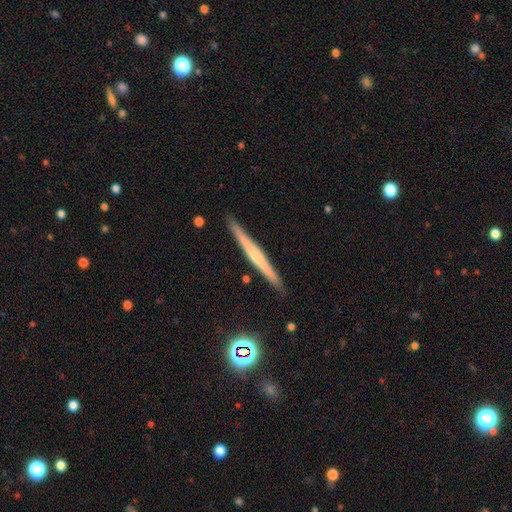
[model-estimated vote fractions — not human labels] Morphology: type=featured or disk (55%); edge-on=yes (98%); edge-on bulge=none (61%); merging=none (91%).